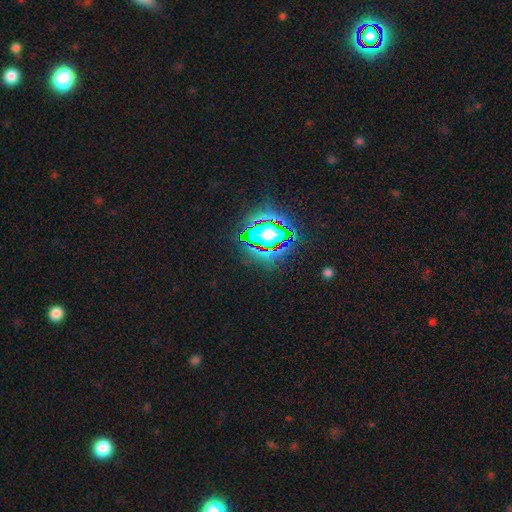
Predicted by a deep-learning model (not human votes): A star or artifact, not a galaxy (83%).

Vote fractions:
- Smooth or featured? star or artifact: 83% / smooth: 10% / featured or disk: 7%